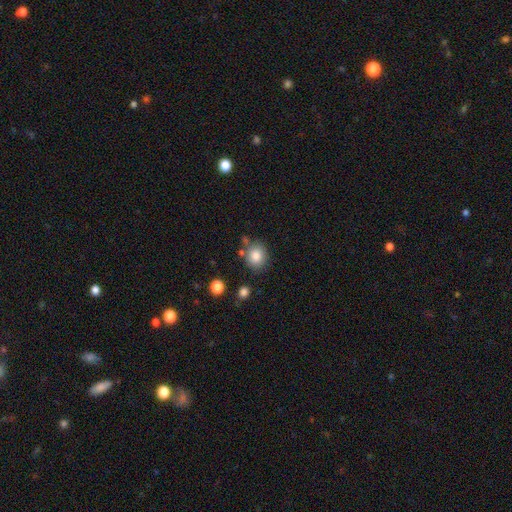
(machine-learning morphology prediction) smooth-or-featured: smooth: 84% | star or artifact: 9% | featured or disk: 7%
  how-rounded: round: 75% | in between: 24% | cigar-shaped: 1%
  merging: none: 74% | minor disturbance: 14% | merger: 8% | major disturbance: 4%